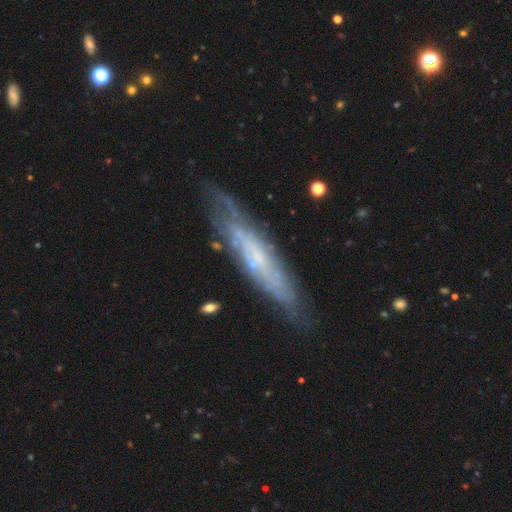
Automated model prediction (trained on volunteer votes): Smooth or featured: featured or disk — 66% (smooth — 27%)
Edge-on disk: yes — 58% (no — 42%)
Merging: none — 73% (minor disturbance — 18%)